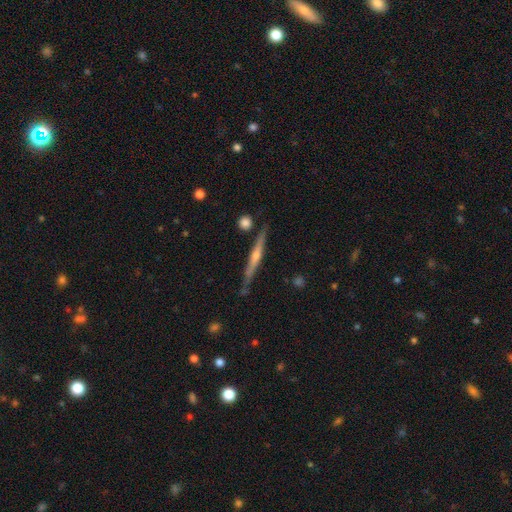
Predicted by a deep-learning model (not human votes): A featured or disk galaxy (77%) viewed edge-on (98%) with a rounded central bulge (79%). Merging: none (86%).